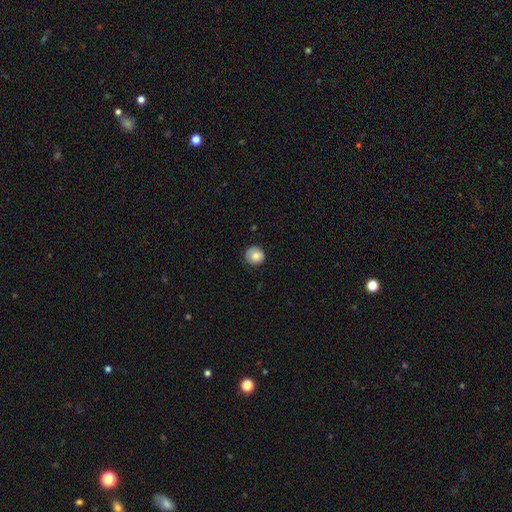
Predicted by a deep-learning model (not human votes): Smooth or featured: smooth — 82% (featured or disk — 9%)
How rounded: round — 92% (in between — 8%)
Merging: none — 85% (minor disturbance — 12%)